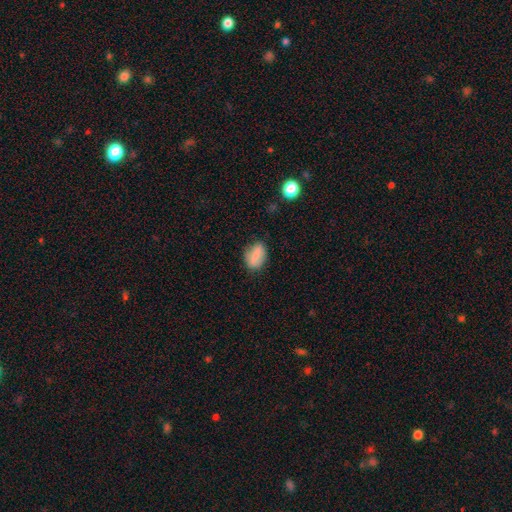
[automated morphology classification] This appears to be a smooth galaxy with no disk features (78%) that is in between round and cigar-shaped (82%). Merging: none (76%).